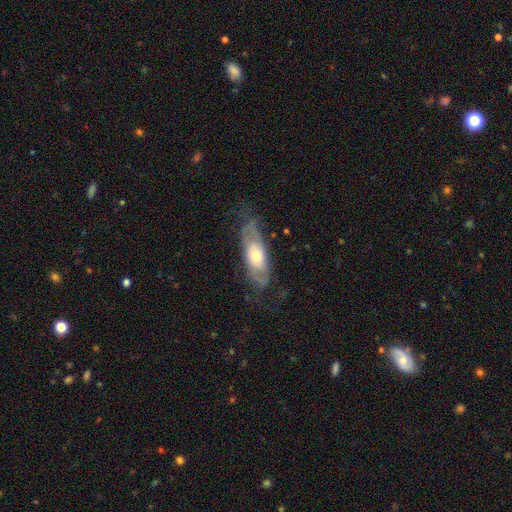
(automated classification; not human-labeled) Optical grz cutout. It shows a featured or disk galaxy (60%). Merging: none (57%).